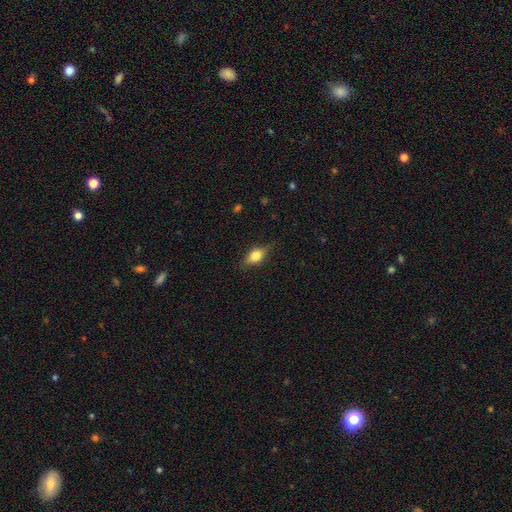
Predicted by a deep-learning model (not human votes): smooth 73%, featured or disk 19%, star or artifact 8%. Down the decision tree: how rounded — in between (77%); merging — none (78%).